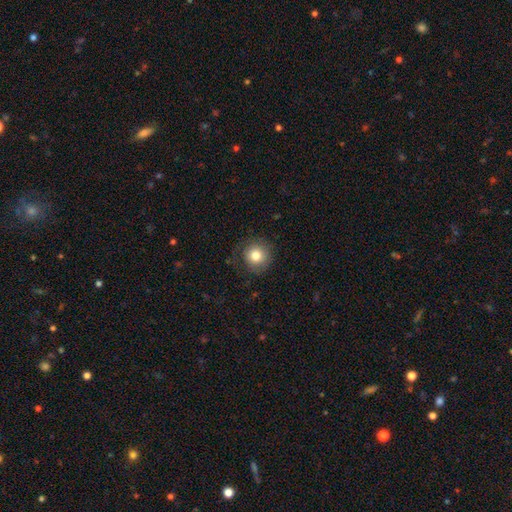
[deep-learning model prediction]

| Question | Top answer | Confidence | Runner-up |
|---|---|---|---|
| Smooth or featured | smooth | 80% | featured or disk (10%) |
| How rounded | round | 93% | in between (6%) |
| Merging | none | 79% | minor disturbance (14%) |